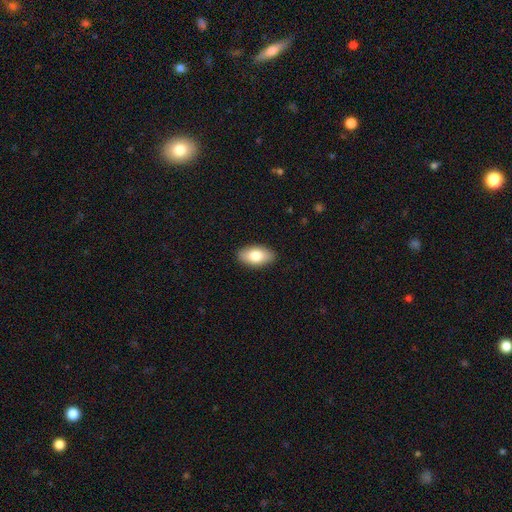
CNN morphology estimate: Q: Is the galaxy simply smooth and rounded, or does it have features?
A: smooth — 80%.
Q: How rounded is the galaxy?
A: in between — 94%.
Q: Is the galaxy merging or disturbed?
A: none — 90%.